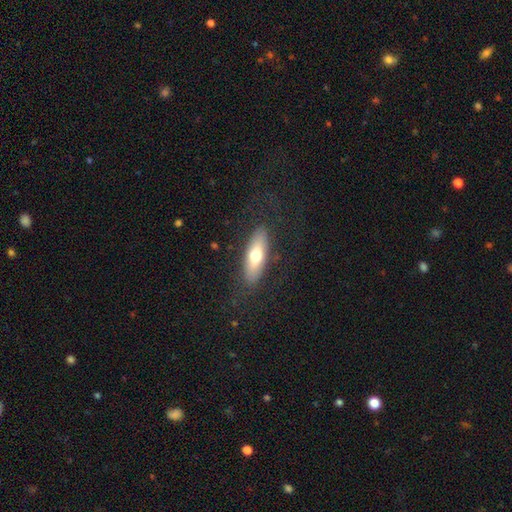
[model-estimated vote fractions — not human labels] Morphology: type=smooth (65%); roundness=in between (62%); merging=none (84%).